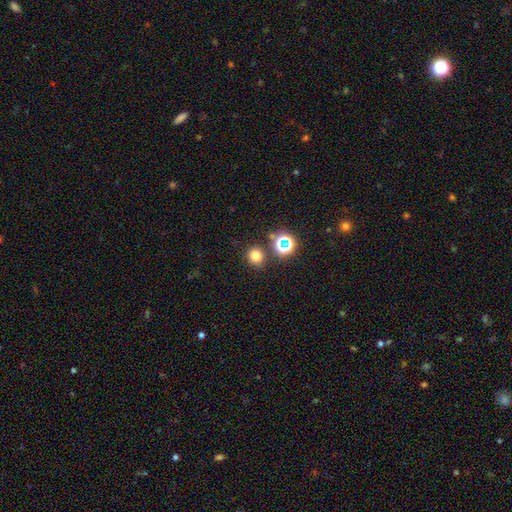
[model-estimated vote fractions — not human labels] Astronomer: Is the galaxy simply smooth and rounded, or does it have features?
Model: smooth — 74%.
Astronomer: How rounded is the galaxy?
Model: round — 86%.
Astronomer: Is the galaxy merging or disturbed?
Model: none — 84%.